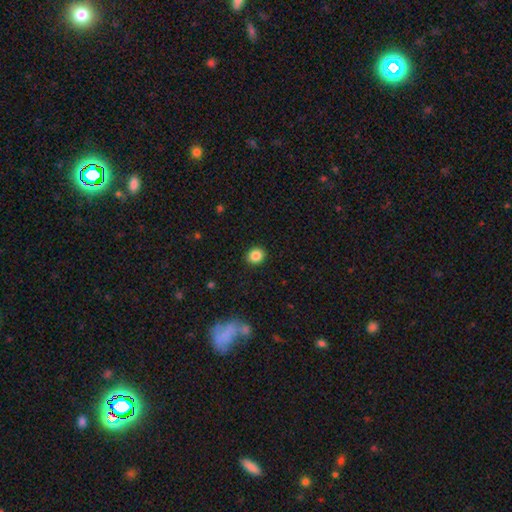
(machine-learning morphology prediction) A smooth galaxy with no disk features (86%) that is round (77%). Merging: none (91%).